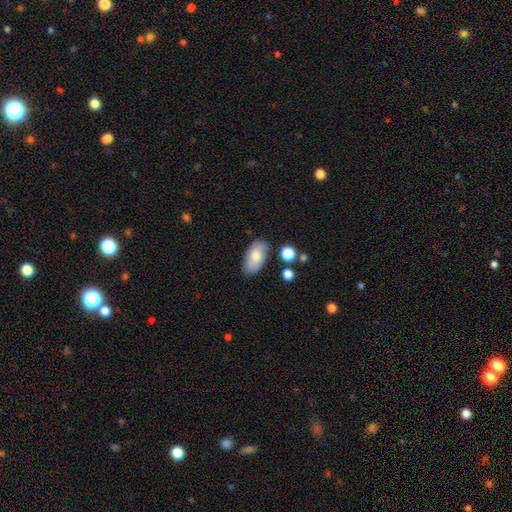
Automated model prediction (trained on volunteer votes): smooth-or-featured: smooth: 74% | featured or disk: 20% | star or artifact: 7%
  how-rounded: in between: 94% | round: 4% | cigar-shaped: 2%
  merging: none: 76% | minor disturbance: 16% | major disturbance: 4% | merger: 4%